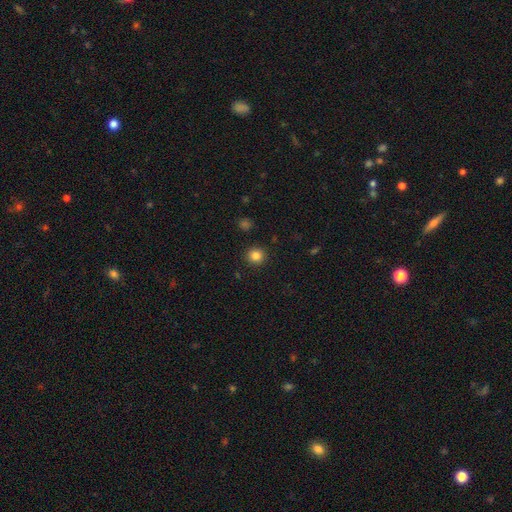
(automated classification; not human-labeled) This appears to be a smooth galaxy with no disk features (84%) that is round (93%). Merging: none (92%).